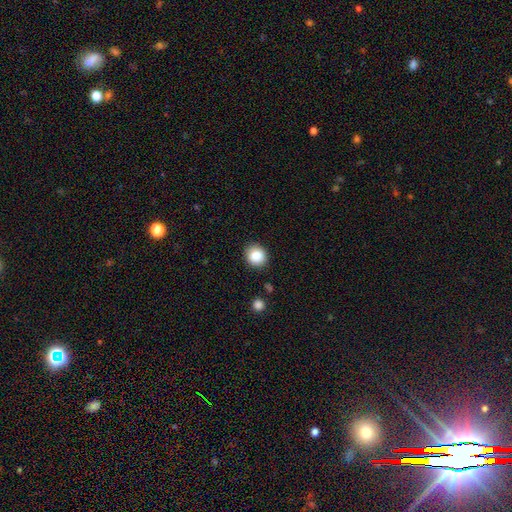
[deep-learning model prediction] This appears to be a smooth galaxy with no disk features (85%) that is round (85%). Merging: none (89%).